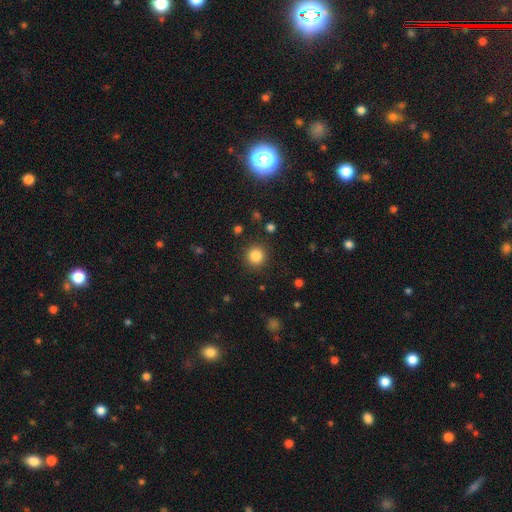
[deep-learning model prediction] Smooth or featured: smooth — 84% (star or artifact — 11%)
How rounded: round — 93% (in between — 6%)
Merging: none — 90% (minor disturbance — 6%)